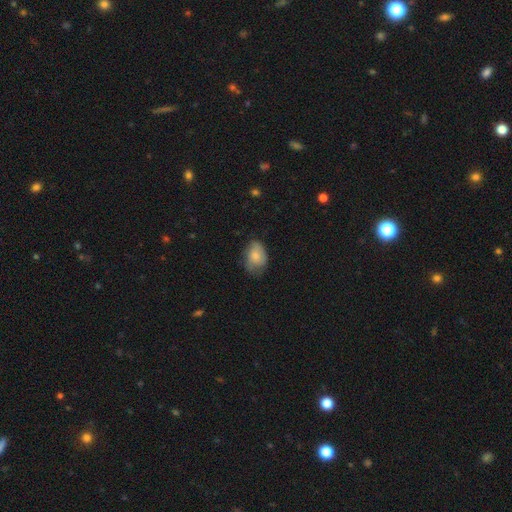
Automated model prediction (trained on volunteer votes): Smooth or featured? Predicted: smooth (p=0.75). How rounded? Predicted: in between (p=0.82). Merging? Predicted: none (p=0.56).